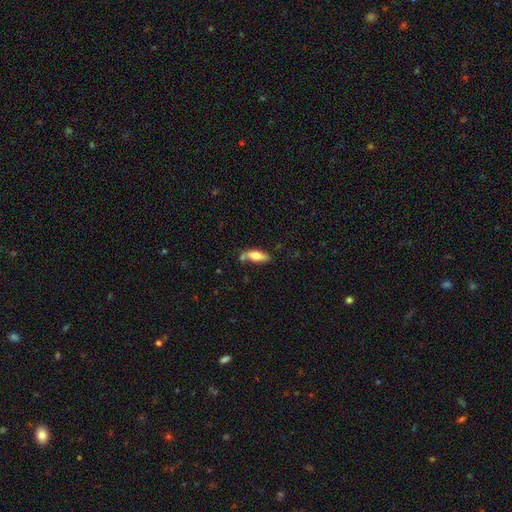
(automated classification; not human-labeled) Smooth or featured: smooth — 69% (featured or disk — 24%)
How rounded: in between — 69% (cigar-shaped — 29%)
Merging: none — 59% (minor disturbance — 19%)